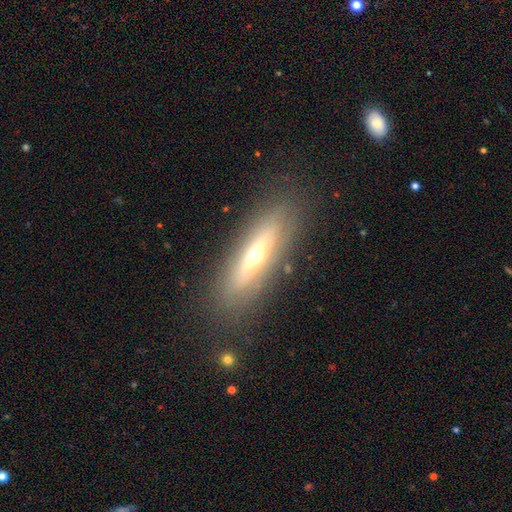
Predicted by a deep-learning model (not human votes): Smooth or featured? Predicted: featured or disk (p=0.52). Edge-on disk? Predicted: yes (p=0.70). Merging? Predicted: none (p=0.83).